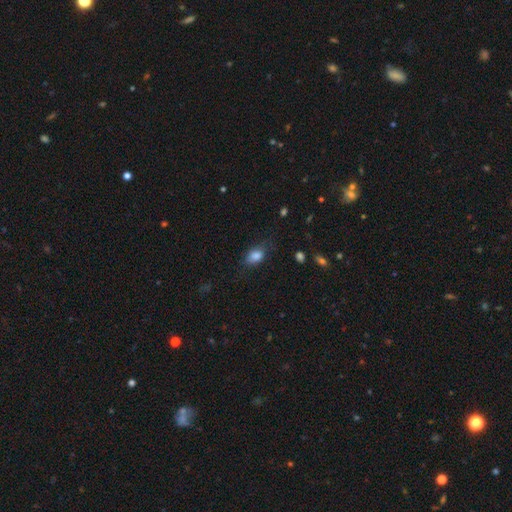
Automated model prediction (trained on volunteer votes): The model was most divided on "merging": none: 65%, minor disturbance: 24%, major disturbance: 9%, merger: 2%. More confident: how rounded — in between (84%); smooth or featured — smooth (84%).